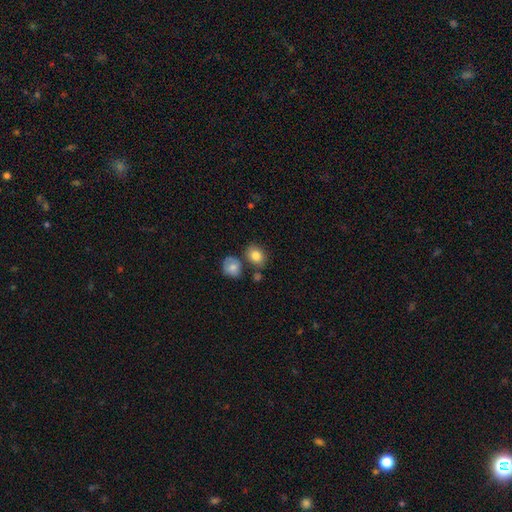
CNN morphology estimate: smooth-or-featured: smooth: 82% | featured or disk: 10% | star or artifact: 9%
  how-rounded: in between: 56% | round: 43% | cigar-shaped: 1%
  merging: none: 68% | merger: 15% | minor disturbance: 13% | major disturbance: 4%